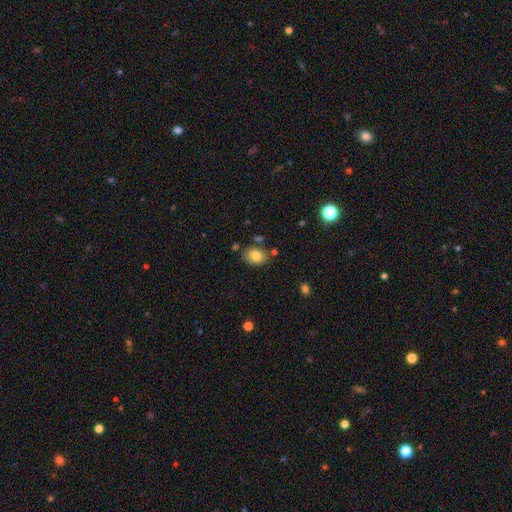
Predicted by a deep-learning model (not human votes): This is clearly a smooth galaxy (81%). How rounded: likely in between (71%). Merging: likely none (77%).